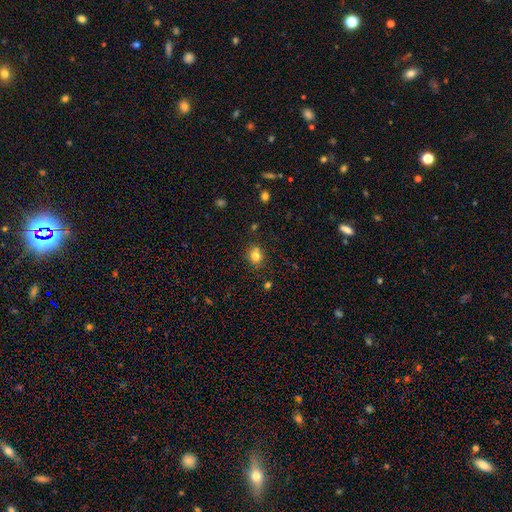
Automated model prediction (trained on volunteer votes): Q: Smooth or featured?
A: smooth (78%); runner-up: star or artifact (14%)
Q: How rounded?
A: round (75%); runner-up: in between (24%)
Q: Merging?
A: none (75%); runner-up: minor disturbance (13%)